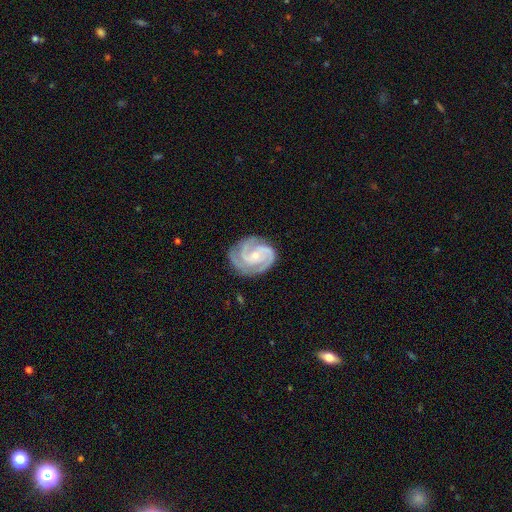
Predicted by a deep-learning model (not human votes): This appears to be a featured or disk galaxy (92%) with no bar (59%), 3 (49%) tight (62%) spiral arms (99%) and a small central bulge (68%). Merging: none (78%).